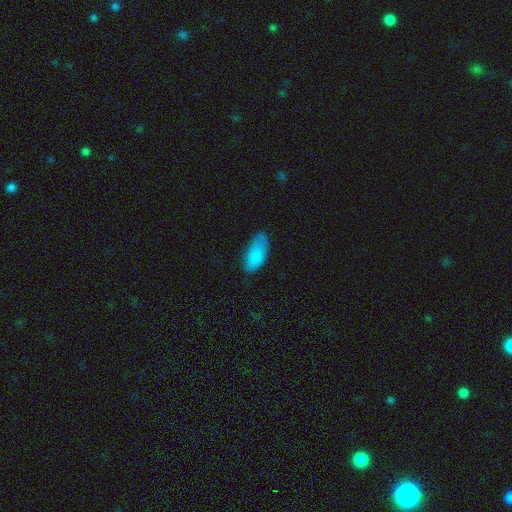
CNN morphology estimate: Smooth or featured? smooth (86%)
How rounded? in between (89%)
Merging? none (69%)